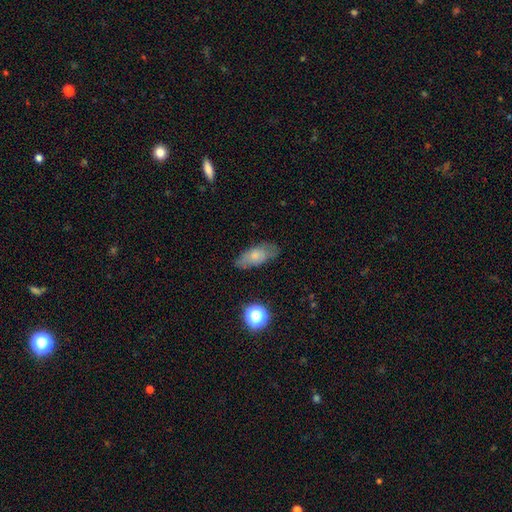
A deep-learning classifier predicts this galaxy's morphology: This is likely a smooth galaxy (66%). How rounded: clearly in between (83%). Merging: likely none (68%).